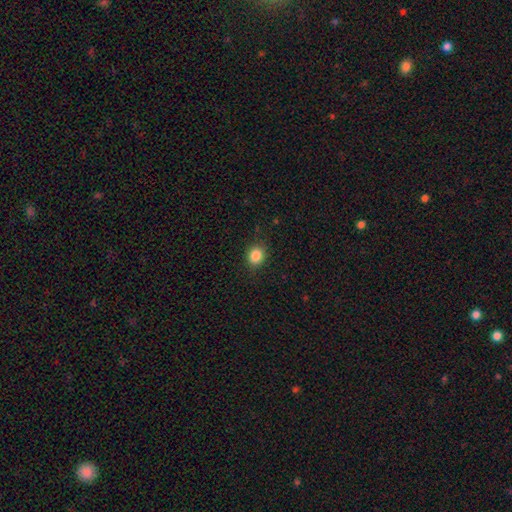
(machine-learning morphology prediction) Q: Smooth or featured?
A: smooth (86%); runner-up: star or artifact (10%)
Q: How rounded?
A: round (69%); runner-up: in between (30%)
Q: Merging?
A: none (88%); runner-up: minor disturbance (9%)